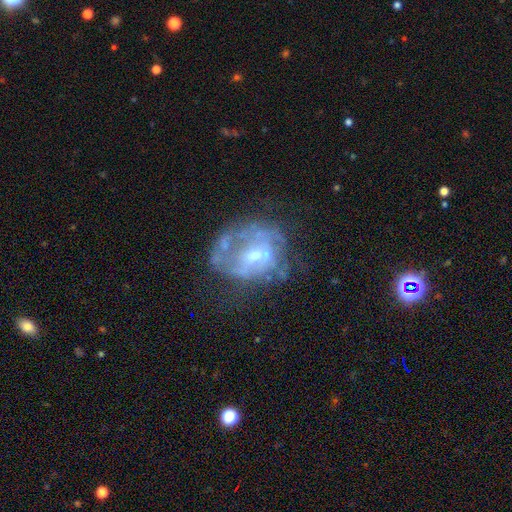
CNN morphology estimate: This appears to be a featured or disk galaxy (71%) with no bar (68%), no spiral arms (66%) and a moderate central bulge (48%). Merging: none (41%).